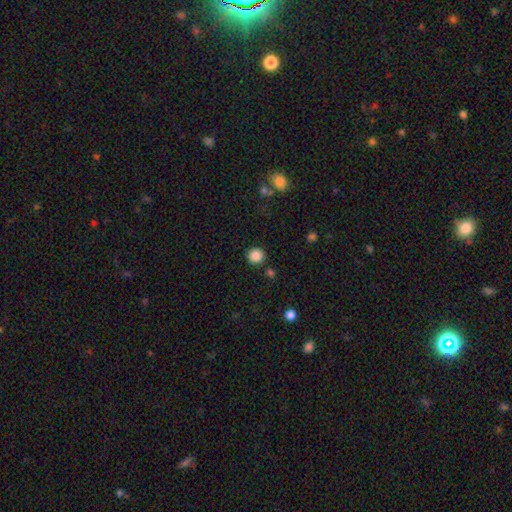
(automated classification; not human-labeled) This is clearly a smooth galaxy (86%). How rounded: clearly round (93%). Merging: clearly none (89%).